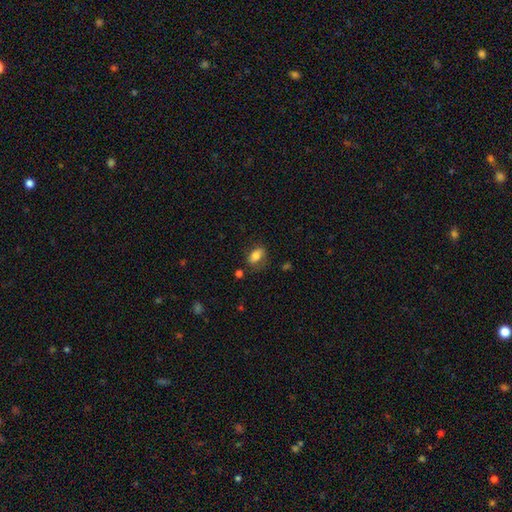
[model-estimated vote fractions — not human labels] Q: Smooth or featured?
A: smooth (75%); runner-up: featured or disk (17%)
Q: How rounded?
A: in between (84%); runner-up: round (10%)
Q: Merging?
A: none (65%); runner-up: minor disturbance (23%)